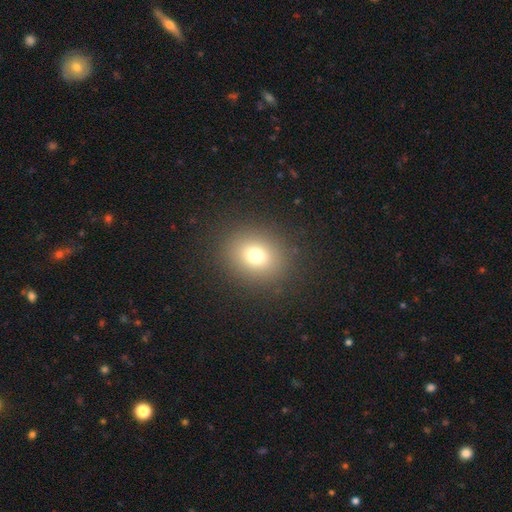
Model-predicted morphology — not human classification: Smooth or featured? smooth (73%)
How rounded? round (70%)
Merging? none (88%)